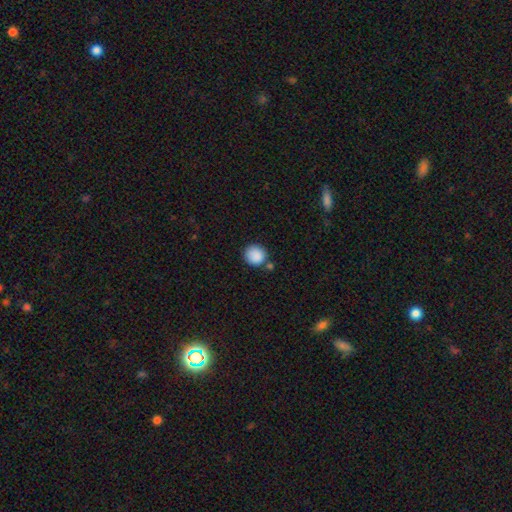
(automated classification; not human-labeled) smooth_or_featured: smooth (p=0.88) [alt: star or artifact p=0.08]
how_rounded: round (p=0.88) [alt: in between p=0.11]
merging: none (p=0.76) [alt: minor disturbance p=0.12]